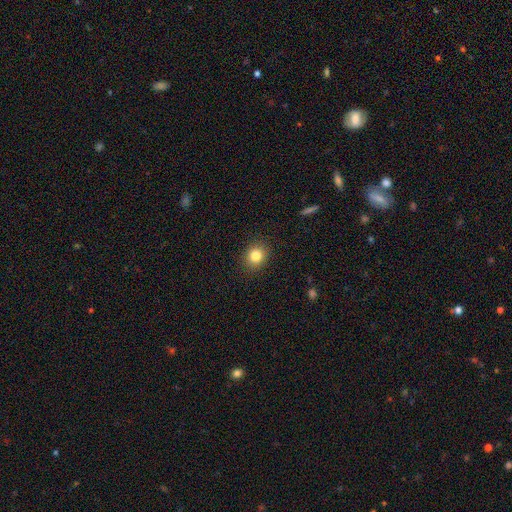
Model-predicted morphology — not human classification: Smooth or featured? Predicted: smooth (p=0.83). How rounded? Predicted: round (p=0.70). Merging? Predicted: none (p=0.89).